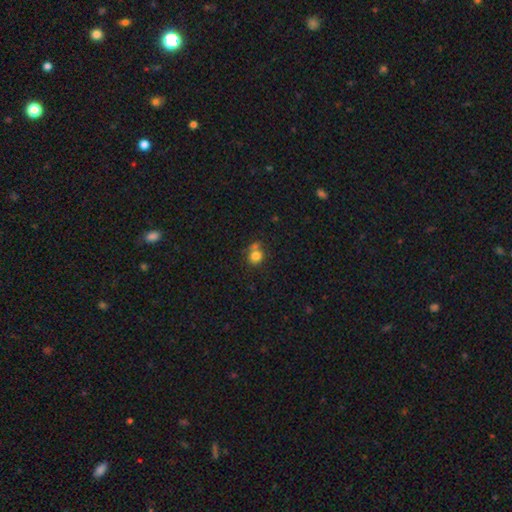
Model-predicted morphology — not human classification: Smooth or featured? Predicted: smooth (p=0.80). How rounded? Predicted: round (p=0.80). Merging? Predicted: none (p=0.52).